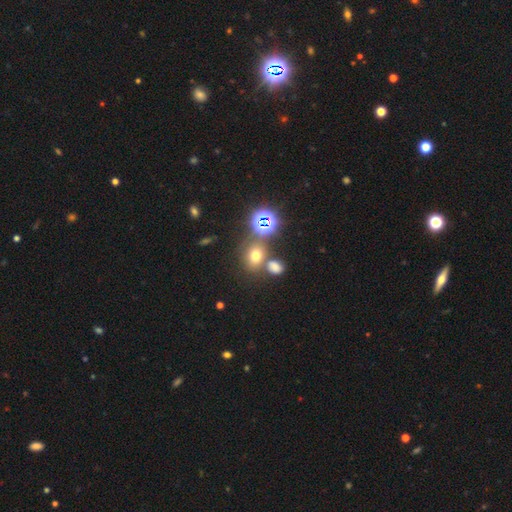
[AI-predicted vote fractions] A star or artifact, not a galaxy (54%).

Vote fractions:
- Smooth or featured? star or artifact: 54% / smooth: 37% / featured or disk: 9%